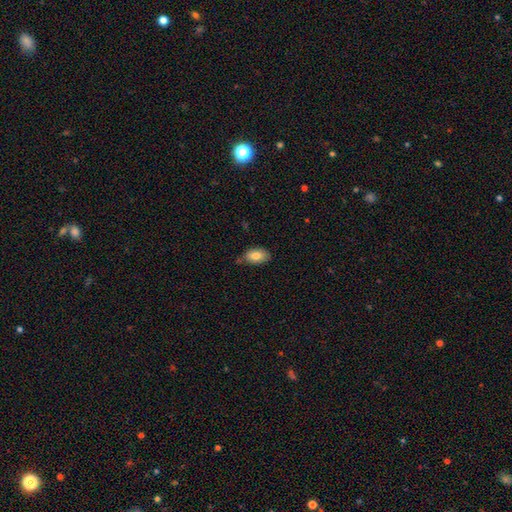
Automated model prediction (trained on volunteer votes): Smooth or featured? Predicted: smooth (p=0.81). How rounded? Predicted: in between (p=0.92). Merging? Predicted: none (p=0.66).